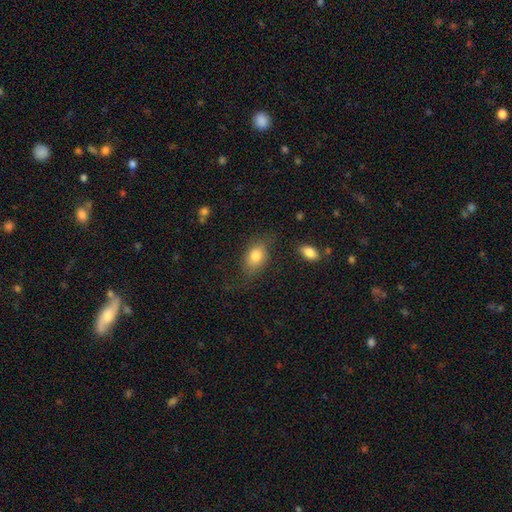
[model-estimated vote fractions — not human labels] This appears to be a smooth galaxy with no disk features (80%) that is in between round and cigar-shaped (81%). Merging: none (67%).